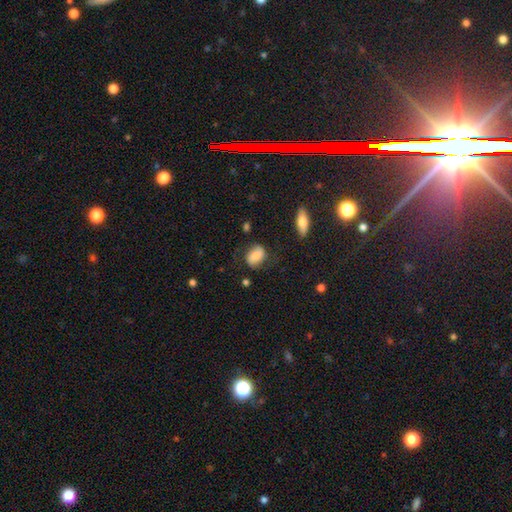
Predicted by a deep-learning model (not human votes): The model was most divided on "smooth or featured": smooth: 65%, featured or disk: 27%, star or artifact: 8%. More confident: how rounded — in between (73%); merging — none (69%).